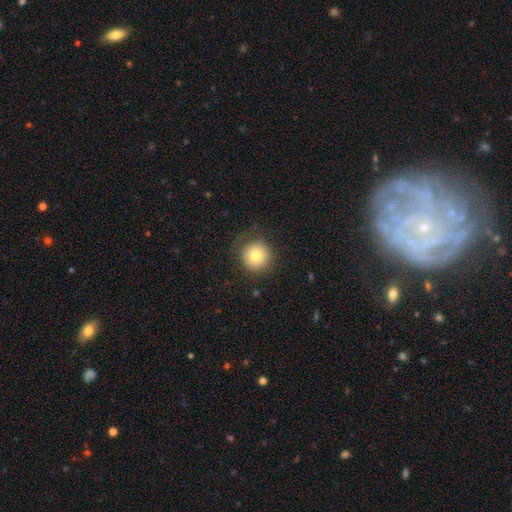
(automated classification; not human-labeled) Smooth or featured? Predicted: smooth (p=0.76). How rounded? Predicted: round (p=0.95). Merging? Predicted: none (p=0.79).